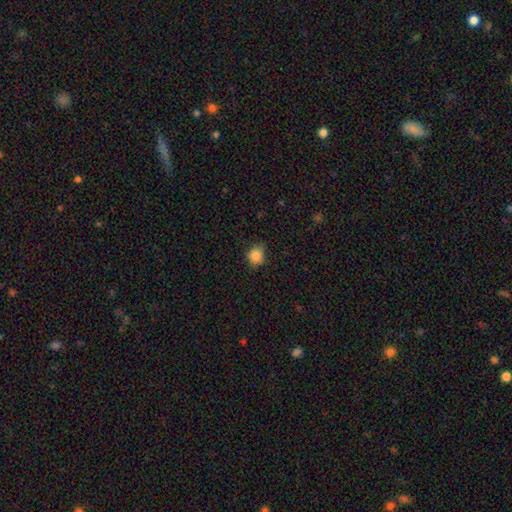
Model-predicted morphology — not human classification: A smooth galaxy with no disk features (84%) that is round (79%).

Vote fractions:
- Smooth or featured? smooth: 84% / star or artifact: 11% / featured or disk: 5%
- How rounded? round: 79% / in between: 20% / cigar-shaped: 1%
- Merging? none: 74% / minor disturbance: 21% / major disturbance: 4% / merger: 1%